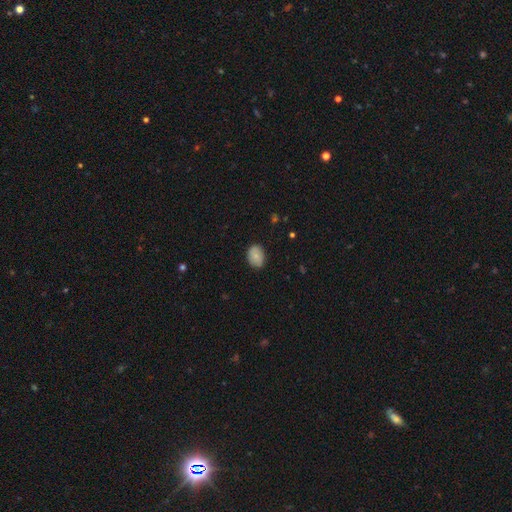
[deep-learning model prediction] Overall: smooth (78%). How rounded: in between (66%; round 33%). Merging: none (79%).